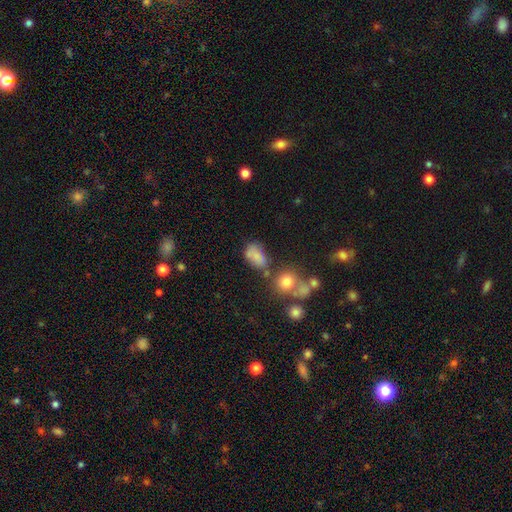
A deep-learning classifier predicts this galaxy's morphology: Smooth or featured?
  - smooth: 72% *
  - featured or disk: 15%
  - star or artifact: 13%
How rounded?
  - in between: 81% *
  - round: 17%
  - cigar-shaped: 2%
Merging?
  - none: 46% *
  - minor disturbance: 24%
  - merger: 18%
  - major disturbance: 12%